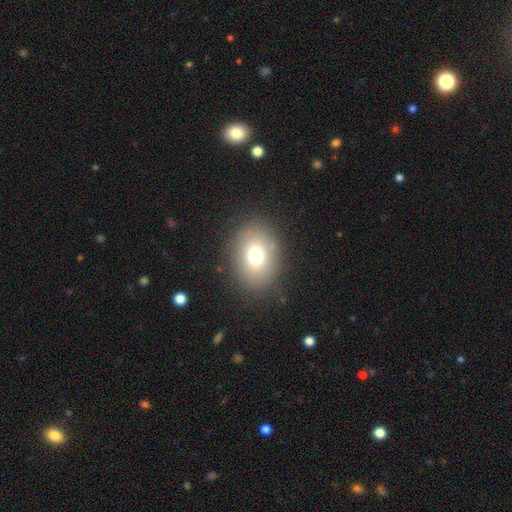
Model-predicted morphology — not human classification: Overall: smooth (74%). How rounded: in between (59%; round 40%). Merging: none (85%).